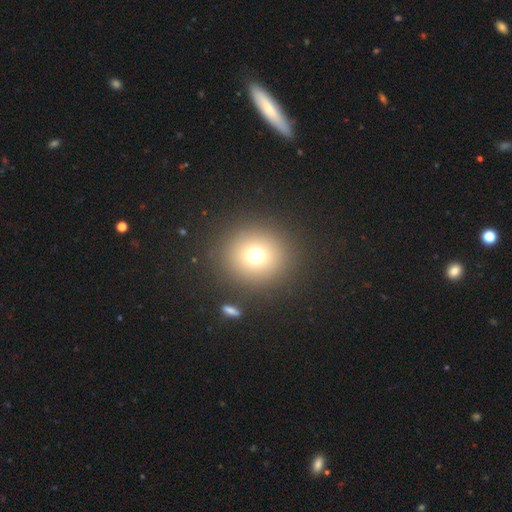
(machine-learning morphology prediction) type=smooth (70%); roundness=round (89%); merging=none (86%).